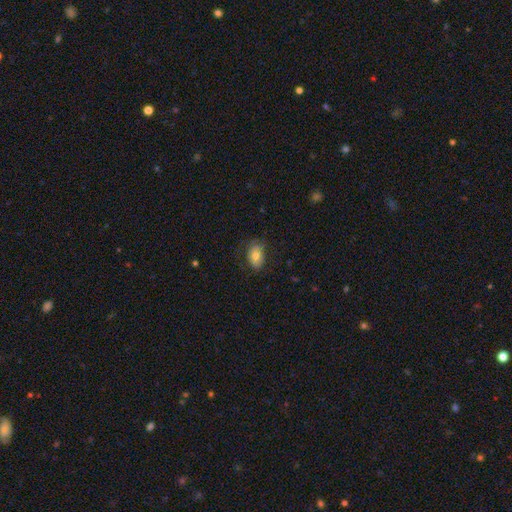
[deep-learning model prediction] Smooth or featured? smooth (70%)
How rounded? in between (84%)
Merging? none (67%)